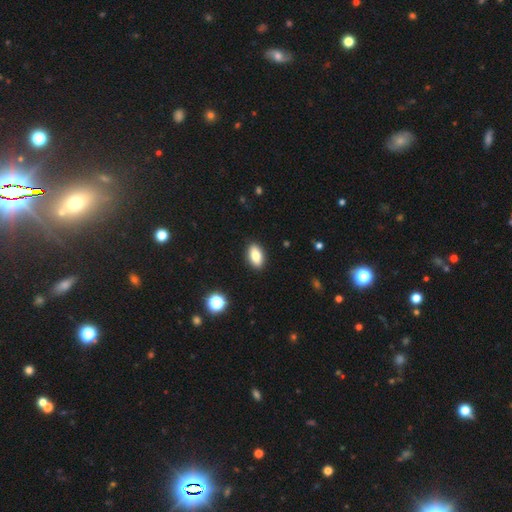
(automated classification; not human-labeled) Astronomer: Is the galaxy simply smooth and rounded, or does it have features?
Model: smooth — 80%.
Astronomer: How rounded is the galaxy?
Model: in between — 89%.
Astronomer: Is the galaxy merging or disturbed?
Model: none — 90%.